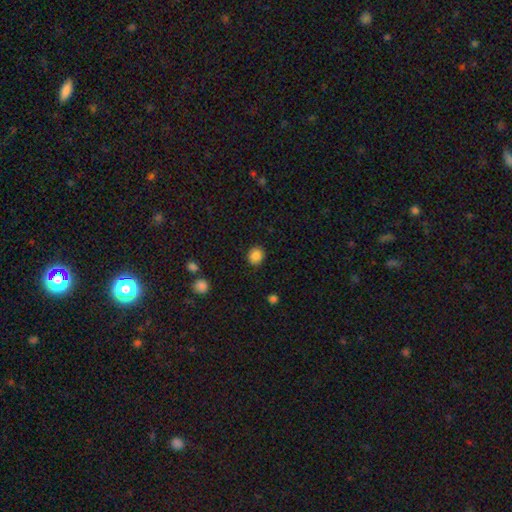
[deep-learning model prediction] Smooth or featured? smooth (86%)
How rounded? round (77%)
Merging? none (87%)